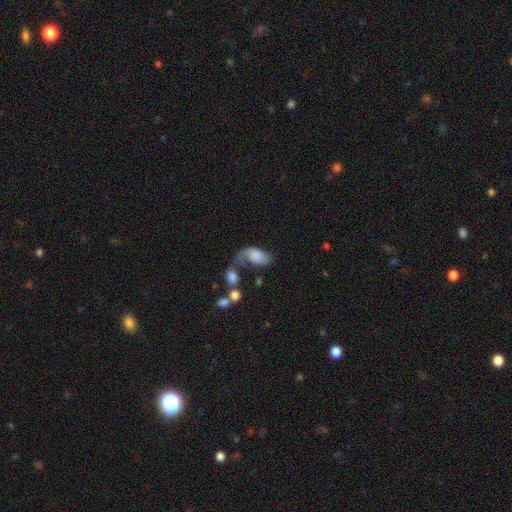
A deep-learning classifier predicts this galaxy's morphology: The model was most divided on "smooth or featured": smooth: 51%, featured or disk: 41%, star or artifact: 9%. Remaining: how rounded — in between (90%); merging — major disturbance (38%).